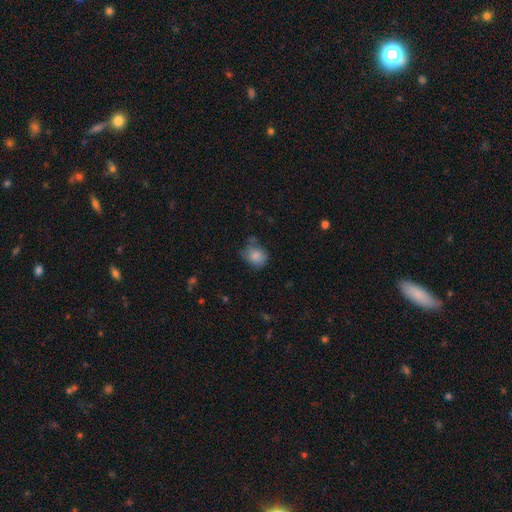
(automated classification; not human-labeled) The model was most divided on "how rounded": round: 61%, in between: 38%, cigar-shaped: 1%. More confident: smooth or featured — smooth (82%); merging — none (58%).